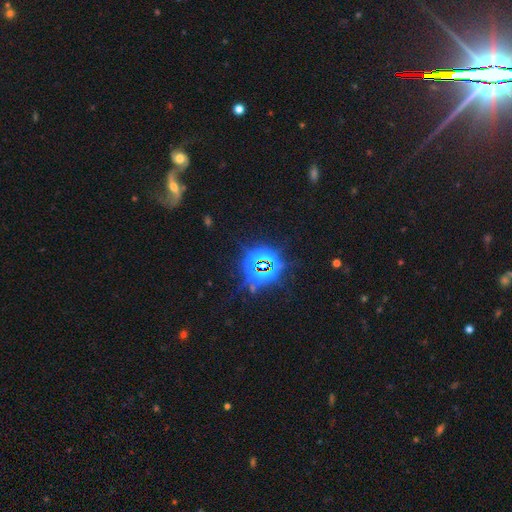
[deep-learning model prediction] This is likely a star or artifact rather than a galaxy (80%).